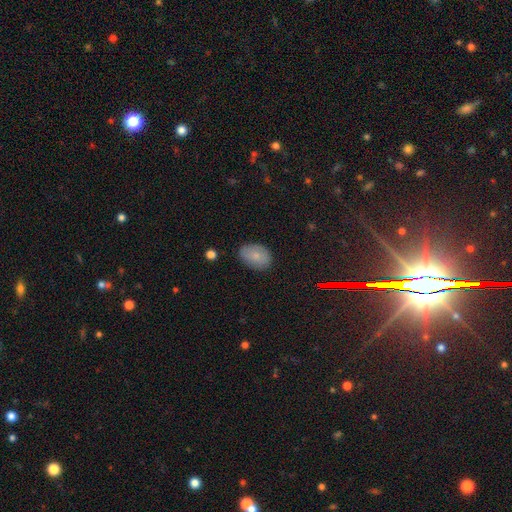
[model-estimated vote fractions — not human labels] This appears to be a smooth galaxy with no disk features (78%) that is in between round and cigar-shaped (82%). Merging: none (82%).